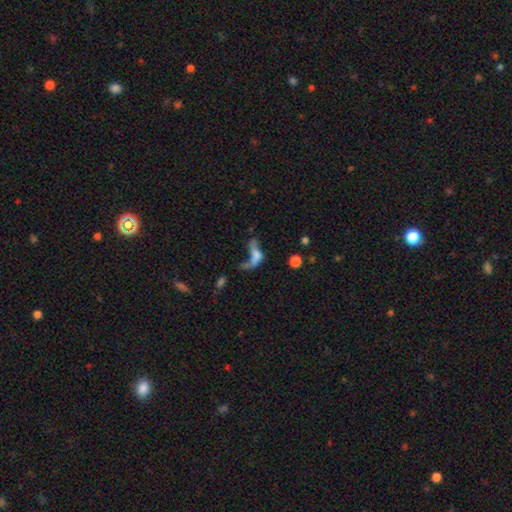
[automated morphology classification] A smooth galaxy with no disk features (44%). Merging: major disturbance (38%).